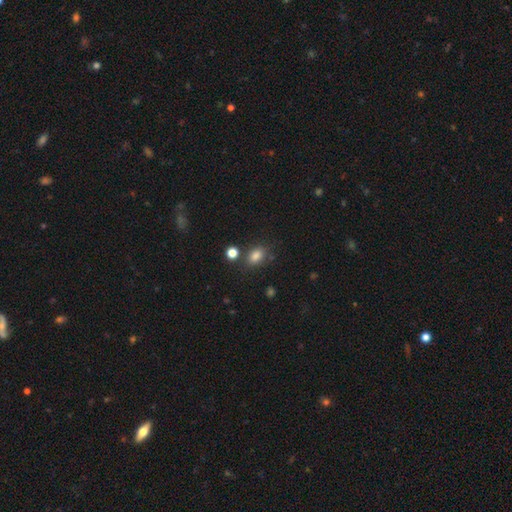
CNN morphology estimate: Q: Smooth or featured?
A: smooth (82%); runner-up: star or artifact (12%)
Q: How rounded?
A: in between (72%); runner-up: round (26%)
Q: Merging?
A: none (74%); runner-up: minor disturbance (13%)